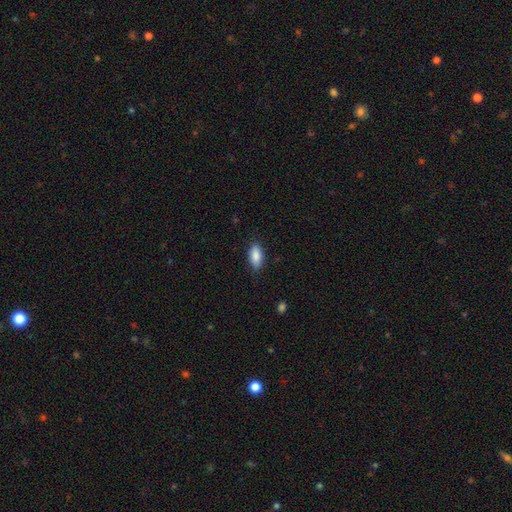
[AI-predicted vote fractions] smooth-or-featured: smooth: 87% | star or artifact: 7% | featured or disk: 6%
  how-rounded: in between: 87% | cigar-shaped: 10% | round: 2%
  merging: none: 87% | minor disturbance: 10% | major disturbance: 2% | merger: 1%